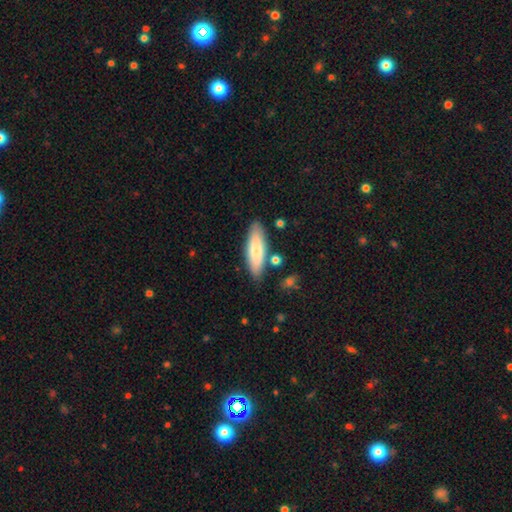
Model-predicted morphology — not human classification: The model was most divided on "how rounded" (2-way tie): in between: 49%, cigar-shaped: 49%, round: 2%. More confident: merging — none (82%); smooth or featured — smooth (75%).